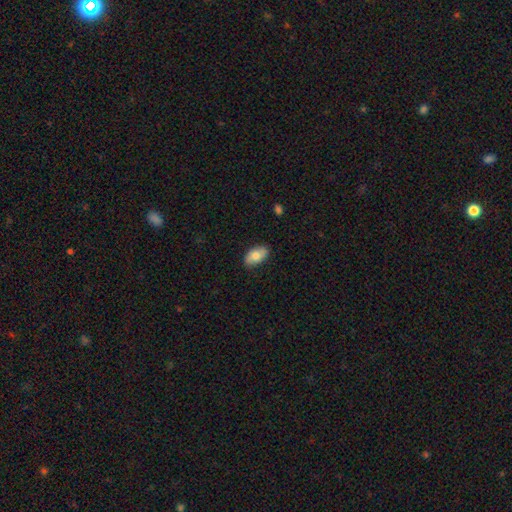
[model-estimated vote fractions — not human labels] smooth-or-featured: smooth: 77% | featured or disk: 16% | star or artifact: 6%
  how-rounded: in between: 94% | round: 4% | cigar-shaped: 3%
  merging: none: 85% | minor disturbance: 12% | major disturbance: 2% | merger: 1%